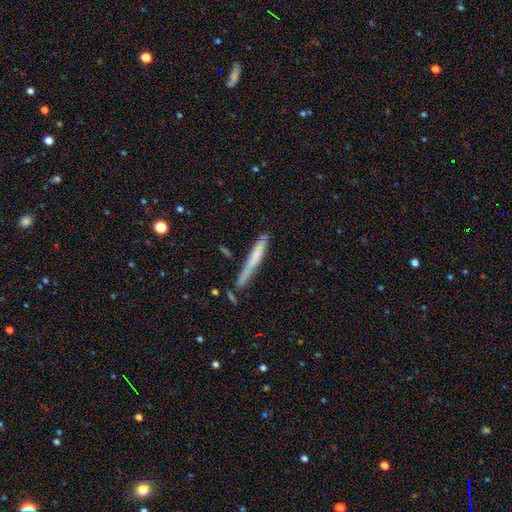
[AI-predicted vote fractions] Overall: smooth (55%; featured or disk 38%). How rounded: cigar-shaped (93%). Merging: none (53%; minor disturbance 22%).